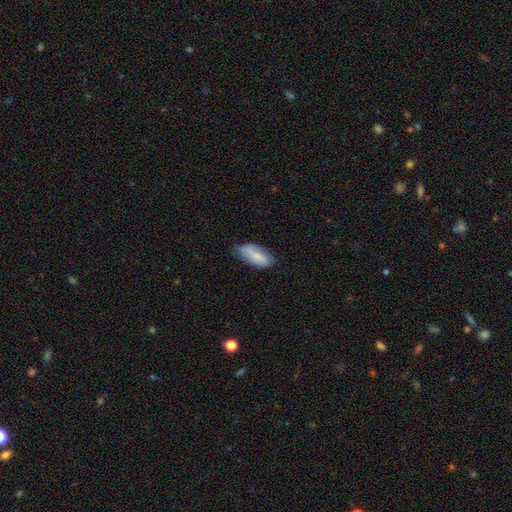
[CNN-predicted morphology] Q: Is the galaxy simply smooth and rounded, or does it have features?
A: smooth — 75%.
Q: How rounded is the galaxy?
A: in between — 88%.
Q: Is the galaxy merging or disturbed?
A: none — 65%.